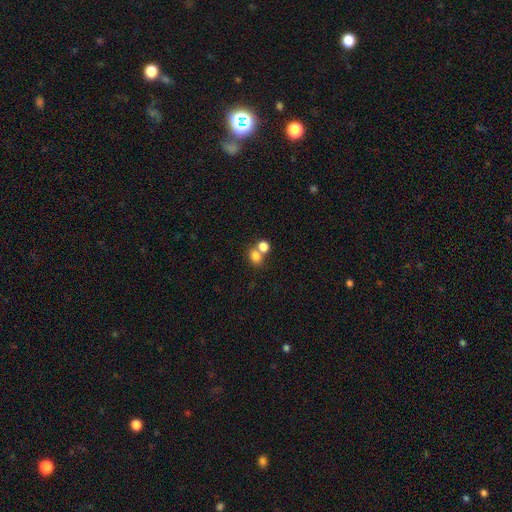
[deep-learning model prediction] The model was most divided on "merging": merger: 48%, none: 41%, minor disturbance: 7%, major disturbance: 4%. More confident: smooth or featured — smooth (78%); how rounded — round (54%).